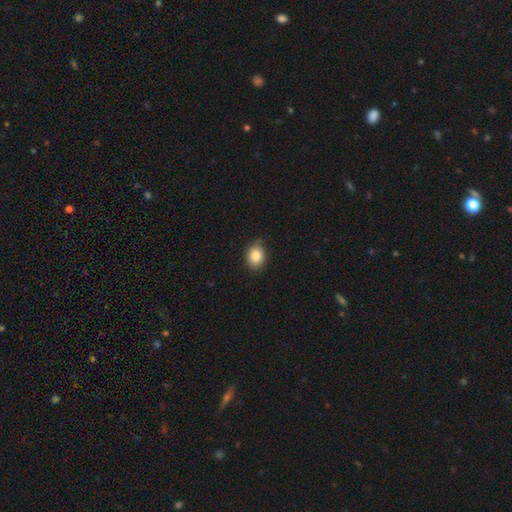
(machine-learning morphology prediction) smooth-or-featured: smooth: 85% | star or artifact: 9% | featured or disk: 6%
  how-rounded: in between: 53% | round: 46% | cigar-shaped: 1%
  merging: none: 81% | minor disturbance: 16% | major disturbance: 2% | merger: 1%